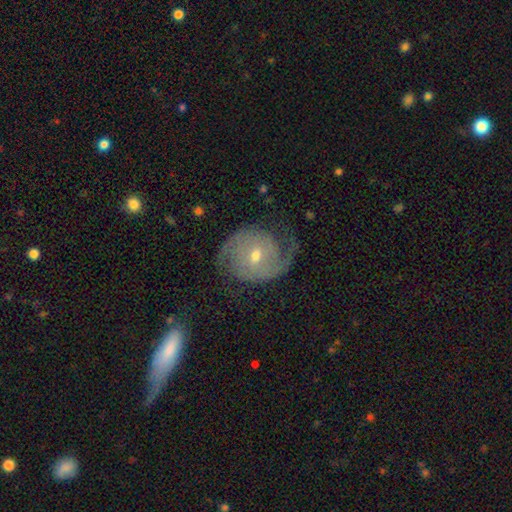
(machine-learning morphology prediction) Smooth or featured?
  - featured or disk: 85% *
  - smooth: 9%
  - star or artifact: 6%
Edge-on disk?
  - no: 97% *
  - yes: 3%
Bar?
  - no: 53% *
  - weak: 37%
  - strong: 10%
Spiral arms?
  - yes: 96% *
  - no: 4%
Spiral winding?
  - medium: 42% *
  - tight: 39%
  - loose: 20%
Spiral arm count?
  - 2: 85% *
  - can't tell: 6%
  - 1: 3%
  - 3: 3%
  - 4: 2%
  - more than 4: 1%
Bulge size?
  - small: 49% *
  - moderate: 48%
  - large: 2%
  - none: 1%
  - dominant: 1%
Merging?
  - none: 72% *
  - minor disturbance: 17%
  - major disturbance: 10%
  - merger: 2%